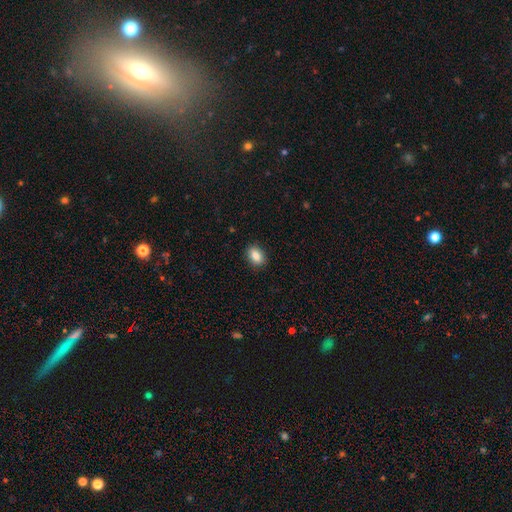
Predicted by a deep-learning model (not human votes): Smooth or featured?
  - smooth: 86% *
  - star or artifact: 8%
  - featured or disk: 5%
How rounded?
  - in between: 78% *
  - round: 21%
  - cigar-shaped: 2%
Merging?
  - none: 89% *
  - minor disturbance: 8%
  - major disturbance: 2%
  - merger: 1%